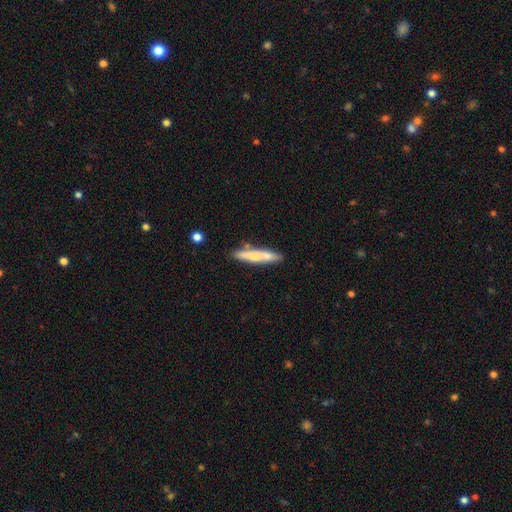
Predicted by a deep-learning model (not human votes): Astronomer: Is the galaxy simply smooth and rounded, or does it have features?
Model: smooth — 60%.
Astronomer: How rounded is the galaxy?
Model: cigar-shaped — 89%.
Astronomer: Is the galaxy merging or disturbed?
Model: none — 74%.